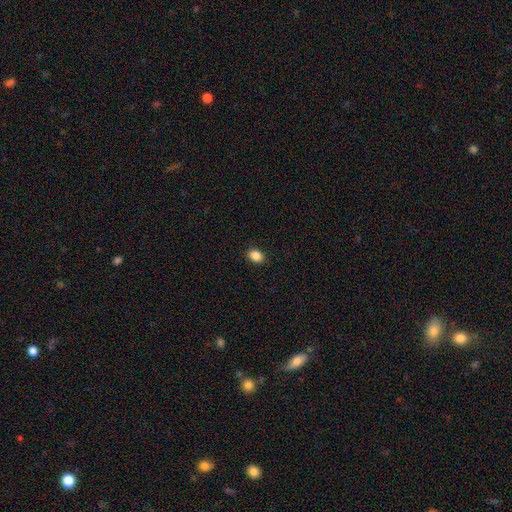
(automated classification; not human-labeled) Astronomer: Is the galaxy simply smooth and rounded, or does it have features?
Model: smooth — 88%.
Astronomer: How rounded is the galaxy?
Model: in between — 72%.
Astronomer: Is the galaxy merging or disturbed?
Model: none — 90%.